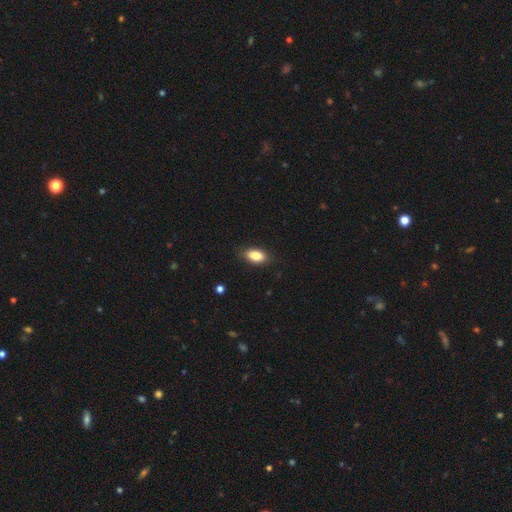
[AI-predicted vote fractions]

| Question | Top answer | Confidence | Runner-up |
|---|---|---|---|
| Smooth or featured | smooth | 84% | featured or disk (8%) |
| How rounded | in between | 88% | cigar-shaped (6%) |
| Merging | none | 83% | minor disturbance (13%) |